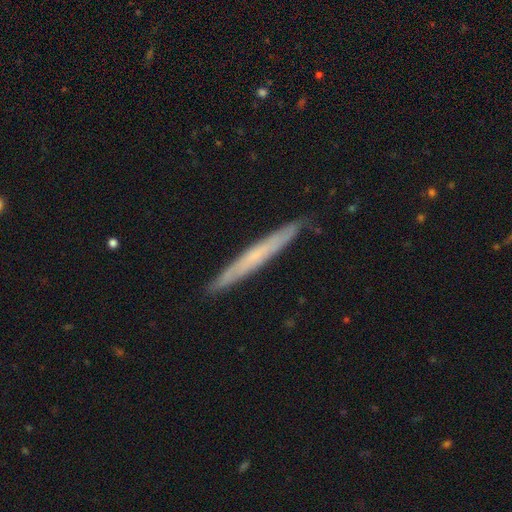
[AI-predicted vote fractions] A featured or disk galaxy (49%).

Vote fractions:
- Smooth or featured? featured or disk: 49% / smooth: 45% / star or artifact: 6%
- Merging? none: 88% / minor disturbance: 9% / major disturbance: 1% / merger: 1%